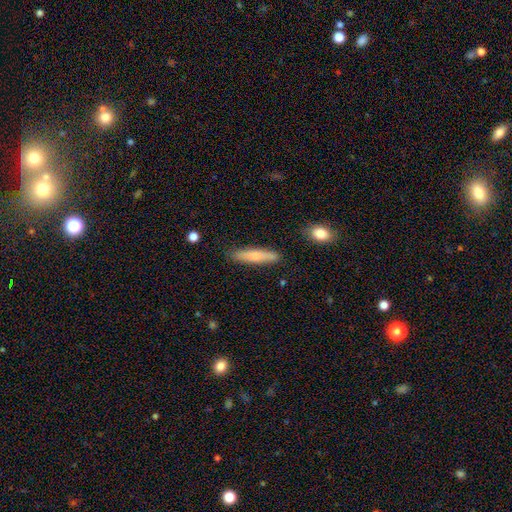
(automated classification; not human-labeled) This appears to be a smooth galaxy with no disk features (76%) that is cigar-shaped (86%). Merging: none (87%).